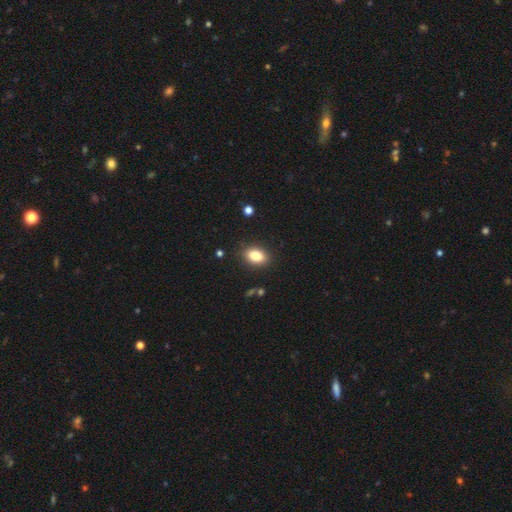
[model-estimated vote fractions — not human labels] smooth-or-featured: smooth: 83% | star or artifact: 9% | featured or disk: 8%
  how-rounded: in between: 82% | round: 16% | cigar-shaped: 2%
  merging: none: 87% | minor disturbance: 9% | major disturbance: 3% | merger: 1%